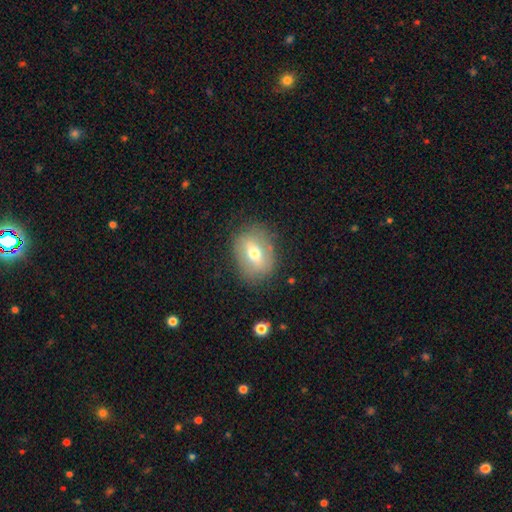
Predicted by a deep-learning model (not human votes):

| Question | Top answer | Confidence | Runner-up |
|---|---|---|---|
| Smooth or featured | smooth | 50% | featured or disk (41%) |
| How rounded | in between | 65% | round (33%) |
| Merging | none | 80% | minor disturbance (14%) |